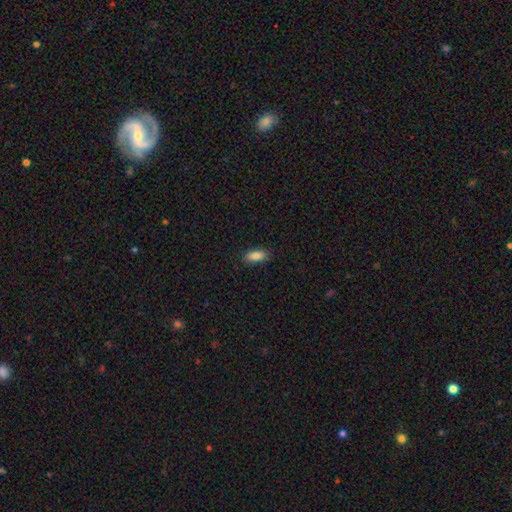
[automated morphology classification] A smooth galaxy with no disk features (87%) that is in between round and cigar-shaped (82%).

Vote fractions:
- Smooth or featured? smooth: 87% / star or artifact: 7% / featured or disk: 5%
- How rounded? in between: 82% / cigar-shaped: 16% / round: 2%
- Merging? none: 87% / minor disturbance: 10% / major disturbance: 2% / merger: 1%